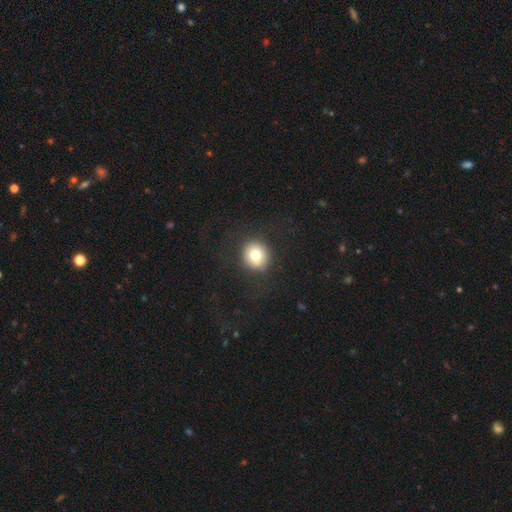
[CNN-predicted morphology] smooth-or-featured: smooth: 73% | featured or disk: 14% | star or artifact: 13%
  how-rounded: round: 89% | in between: 10% | cigar-shaped: 1%
  merging: none: 85% | minor disturbance: 7% | major disturbance: 7% | merger: 1%